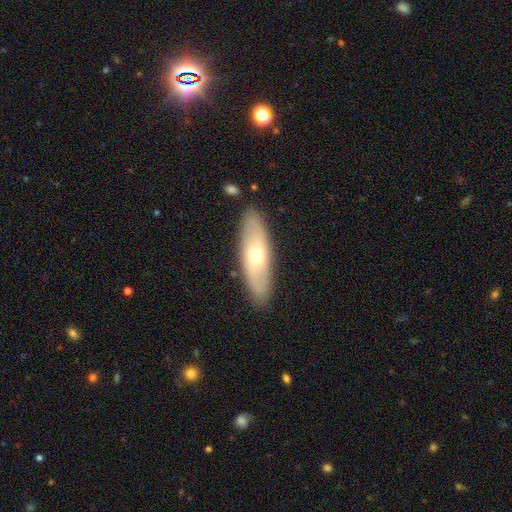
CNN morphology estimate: smooth_or_featured: smooth (p=0.51) [alt: featured or disk p=0.43]
how_rounded: in between (p=0.55) [alt: cigar-shaped p=0.42]
merging: none (p=0.87) [alt: minor disturbance p=0.09]